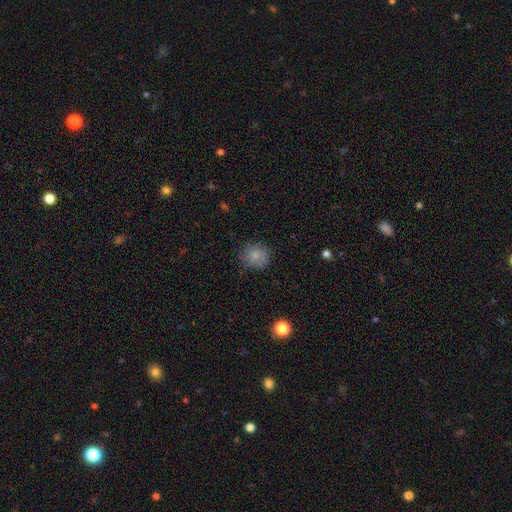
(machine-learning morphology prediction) Overall: smooth (80%). How rounded: round (86%). Merging: none (78%).